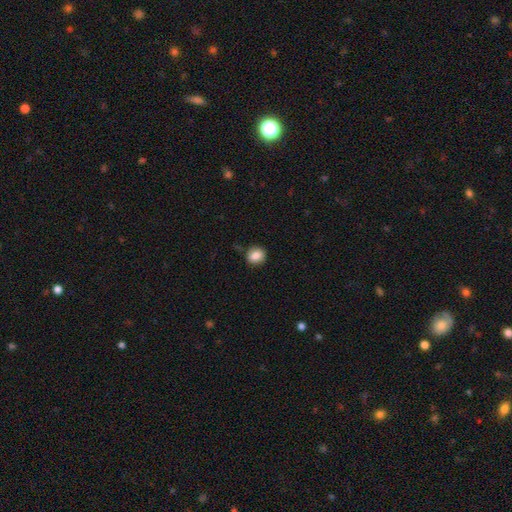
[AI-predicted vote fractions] smooth 85%, star or artifact 9%, featured or disk 6%. Down the decision tree: how rounded — round (68%); merging — none (82%).